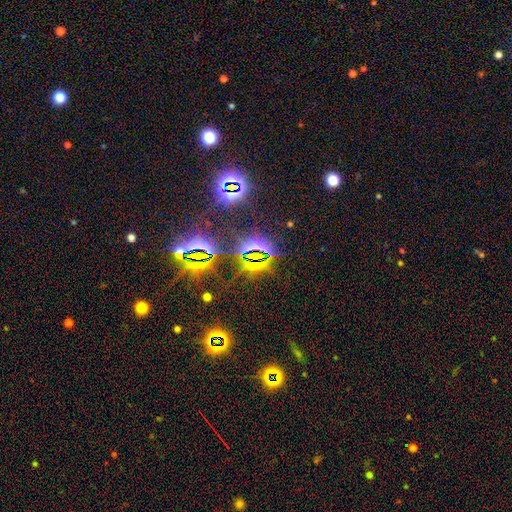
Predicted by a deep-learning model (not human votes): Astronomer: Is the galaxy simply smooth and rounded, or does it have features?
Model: star or artifact — 83%.